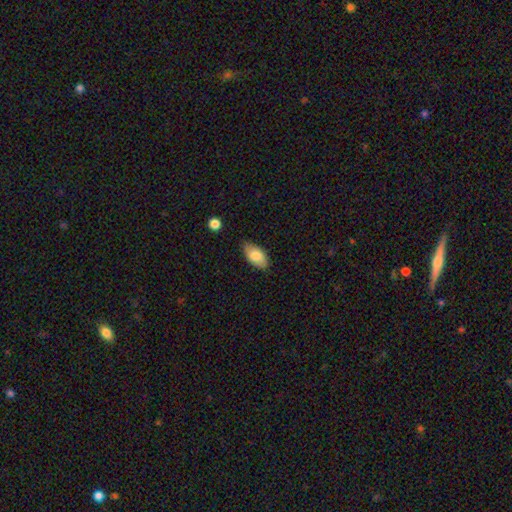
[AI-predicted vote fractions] Morphology: type=smooth (82%); roundness=in between (94%); merging=none (78%).